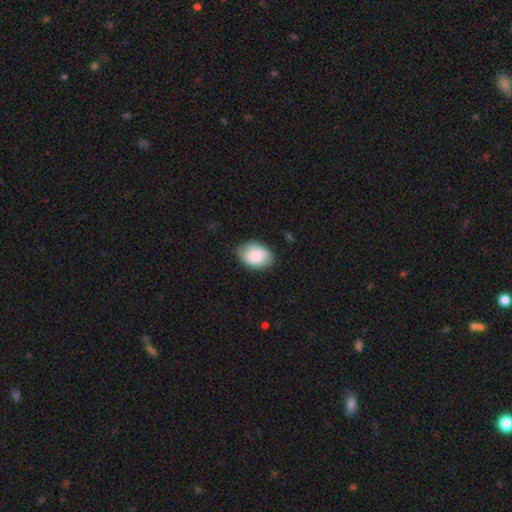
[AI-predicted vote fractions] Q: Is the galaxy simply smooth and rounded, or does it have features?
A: smooth — 80%.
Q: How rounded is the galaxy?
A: in between — 75%.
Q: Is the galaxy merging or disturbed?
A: none — 76%.